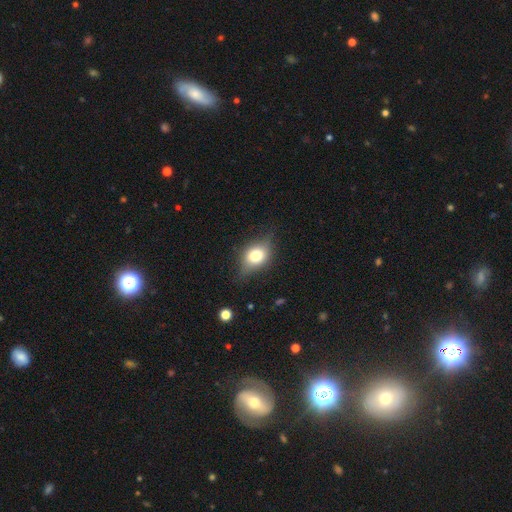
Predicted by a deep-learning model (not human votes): Smooth or featured? smooth (68%)
How rounded? in between (68%)
Merging? none (67%)